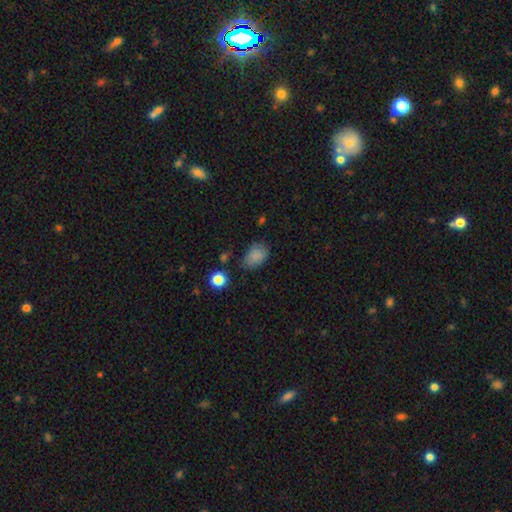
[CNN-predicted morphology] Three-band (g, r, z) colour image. It shows a smooth galaxy with no disk features (85%) that is in between round and cigar-shaped (83%). Merging: none (70%).